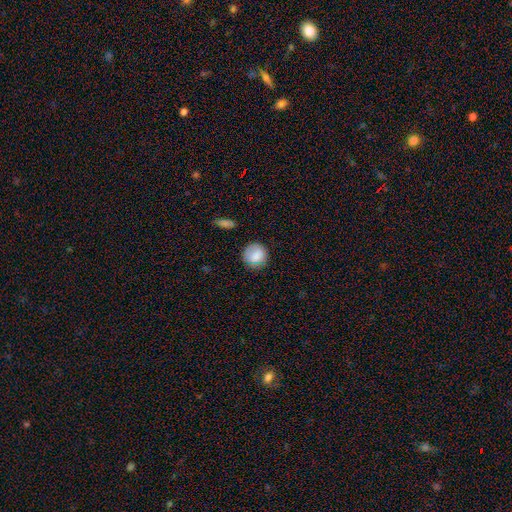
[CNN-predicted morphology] A smooth galaxy with no disk features (82%) that is round (91%).

Vote fractions:
- Smooth or featured? smooth: 82% / featured or disk: 10% / star or artifact: 8%
- How rounded? round: 91% / in between: 8% / cigar-shaped: 1%
- Merging? none: 82% / minor disturbance: 13% / major disturbance: 3% / merger: 2%